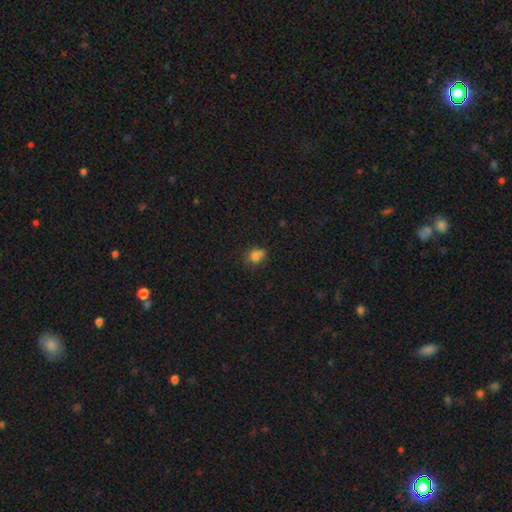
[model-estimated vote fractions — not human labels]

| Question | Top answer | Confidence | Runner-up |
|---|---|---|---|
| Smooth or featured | smooth | 78% | star or artifact (13%) |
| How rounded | round | 59% | in between (40%) |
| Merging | none | 53% | minor disturbance (24%) |